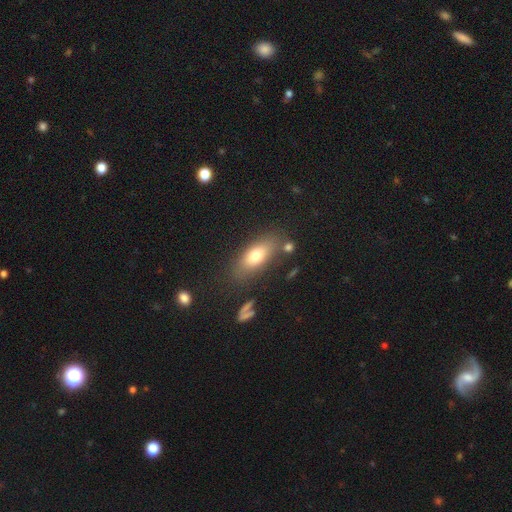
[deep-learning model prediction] This is likely a smooth galaxy (72%). How rounded: likely in between (78%). Merging: likely none (75%).